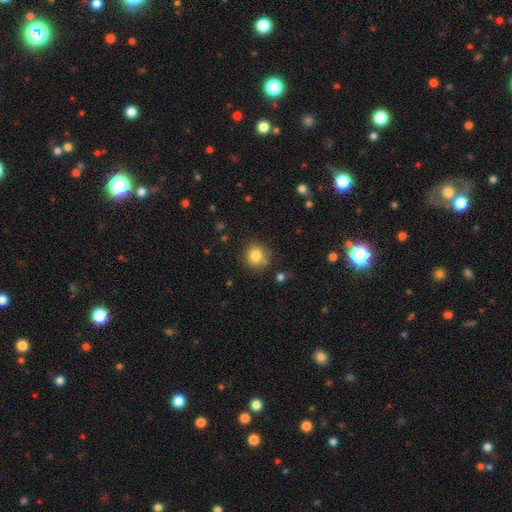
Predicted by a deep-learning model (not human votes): smooth 83%, star or artifact 11%, featured or disk 6%. Down the decision tree: how rounded — round (89%); merging — none (80%).